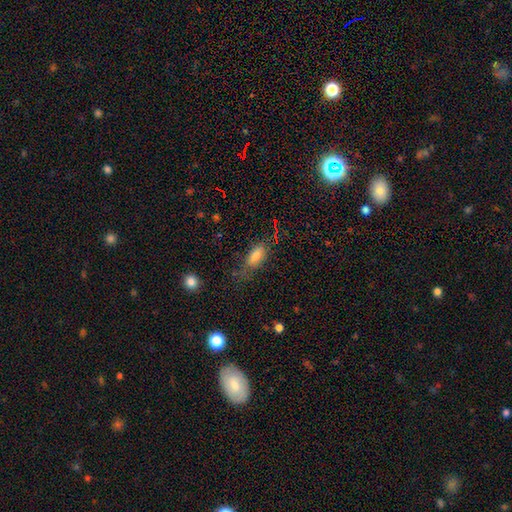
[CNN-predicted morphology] smooth-or-featured: smooth: 71% | featured or disk: 16% | star or artifact: 13%
  how-rounded: in between: 72% | cigar-shaped: 23% | round: 4%
  merging: none: 59% | minor disturbance: 25% | major disturbance: 13% | merger: 3%